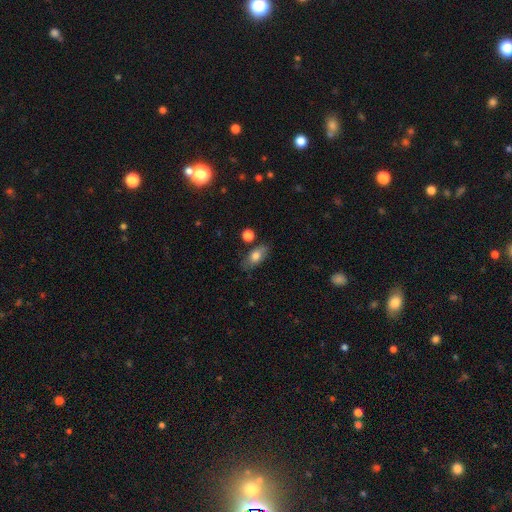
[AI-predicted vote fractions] Morphology: type=smooth (74%); roundness=in between (84%); merging=none (73%).